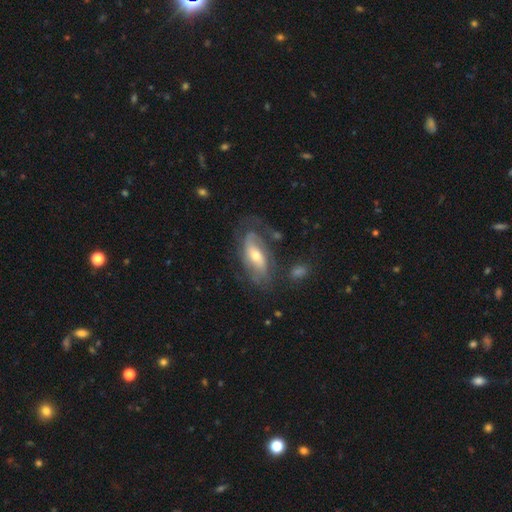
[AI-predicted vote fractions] Smooth or featured? Predicted: featured or disk (p=0.71). Edge-on disk? Predicted: no (p=0.89). Bar? Predicted: no (p=0.44). Spiral arms? Predicted: yes (p=0.83). Spiral winding? Predicted: medium (p=0.39). Spiral arm count? Predicted: 2 (p=0.53). Bulge size? Predicted: moderate (p=0.59). Merging? Predicted: none (p=0.55).